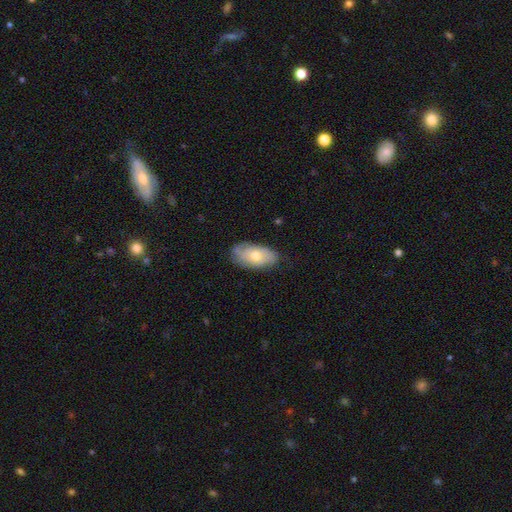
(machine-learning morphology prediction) smooth-or-featured: smooth: 58% | featured or disk: 36% | star or artifact: 6%
  how-rounded: in between: 92% | round: 4% | cigar-shaped: 4%
  merging: none: 72% | minor disturbance: 22% | major disturbance: 5% | merger: 1%